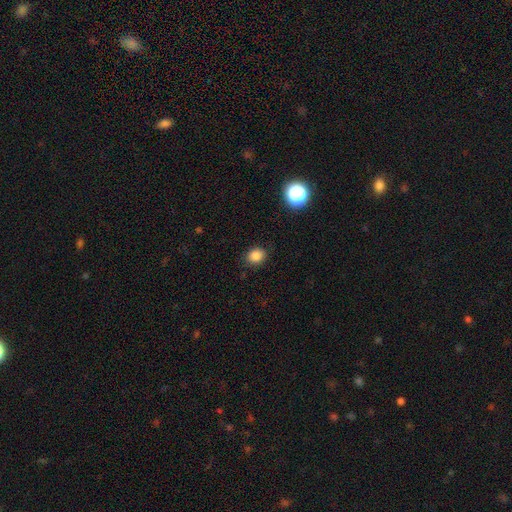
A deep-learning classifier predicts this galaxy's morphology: Overall: smooth (84%). How rounded: round (59%; in between 40%). Merging: none (86%).